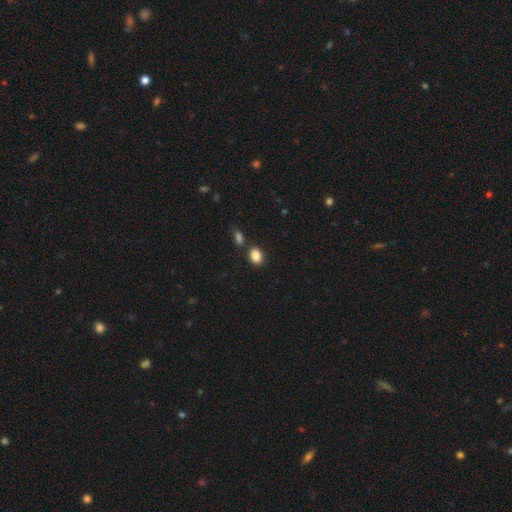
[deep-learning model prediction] A smooth galaxy with no disk features (87%) that is in between round and cigar-shaped (69%).

Vote fractions:
- Smooth or featured? smooth: 87% / star or artifact: 9% / featured or disk: 4%
- How rounded? in between: 69% / round: 29% / cigar-shaped: 1%
- Merging? none: 75% / merger: 11% / minor disturbance: 10% / major disturbance: 3%